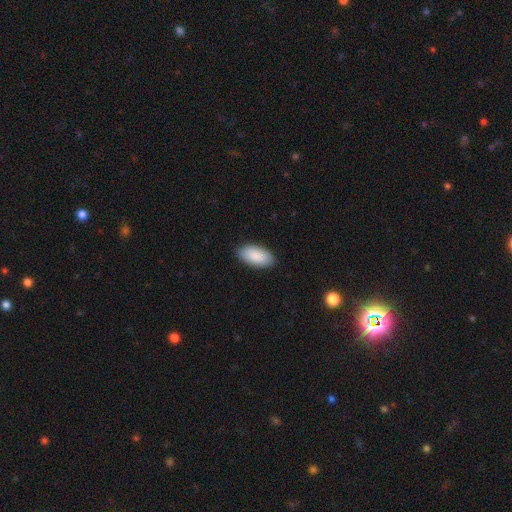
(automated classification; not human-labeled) Smooth or featured? smooth (90%)
How rounded? in between (94%)
Merging? none (88%)